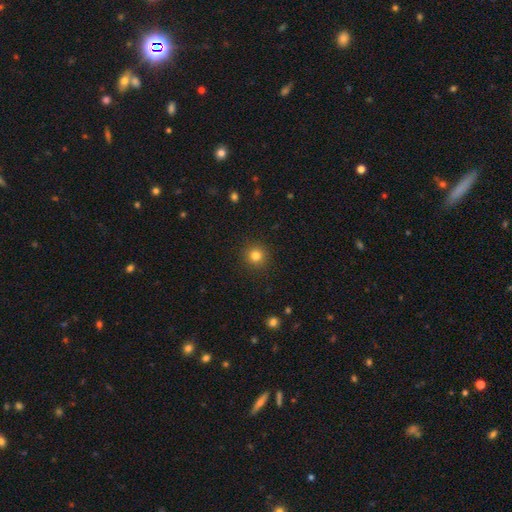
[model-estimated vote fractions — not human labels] smooth 82%, star or artifact 13%, featured or disk 6%. Down the decision tree: how rounded — round (94%); merging — none (91%).